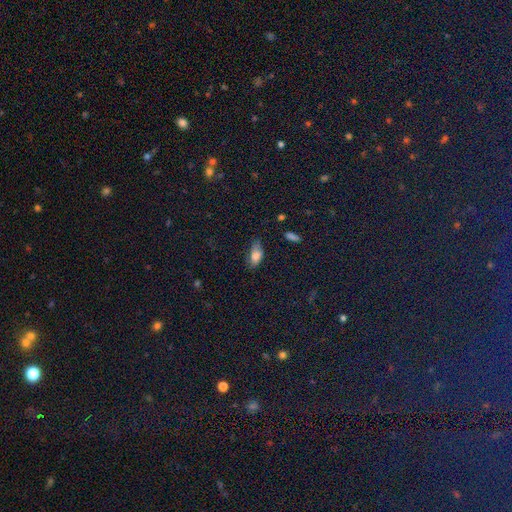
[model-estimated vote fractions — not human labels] smooth 79%, featured or disk 12%, star or artifact 10%. Down the decision tree: how rounded — in between (87%); merging — none (57%).